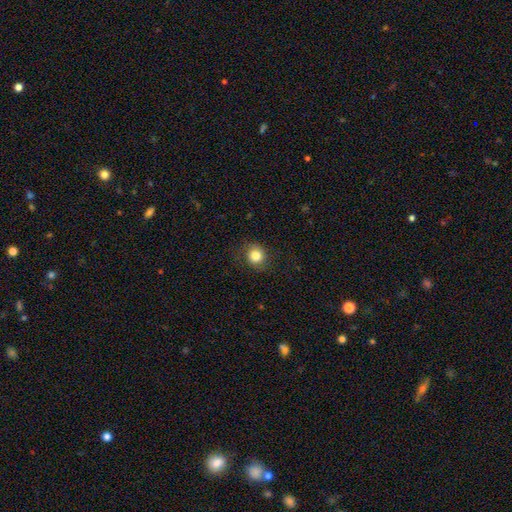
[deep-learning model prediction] Q: Smooth or featured?
A: smooth (83%); runner-up: star or artifact (10%)
Q: How rounded?
A: round (85%); runner-up: in between (14%)
Q: Merging?
A: none (83%); runner-up: minor disturbance (12%)